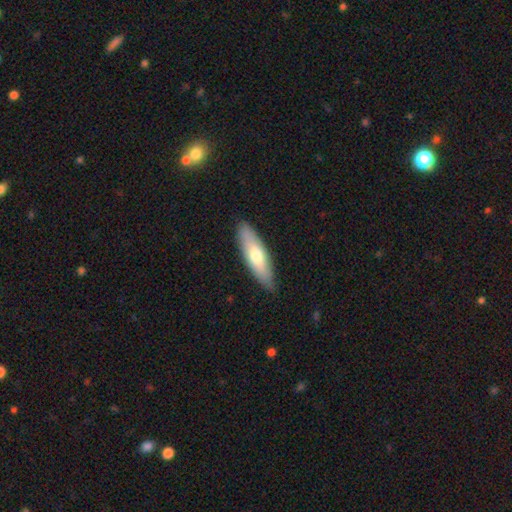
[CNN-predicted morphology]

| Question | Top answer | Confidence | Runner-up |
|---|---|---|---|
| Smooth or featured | smooth | 65% | featured or disk (30%) |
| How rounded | cigar-shaped | 53% | in between (46%) |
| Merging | none | 84% | minor disturbance (13%) |